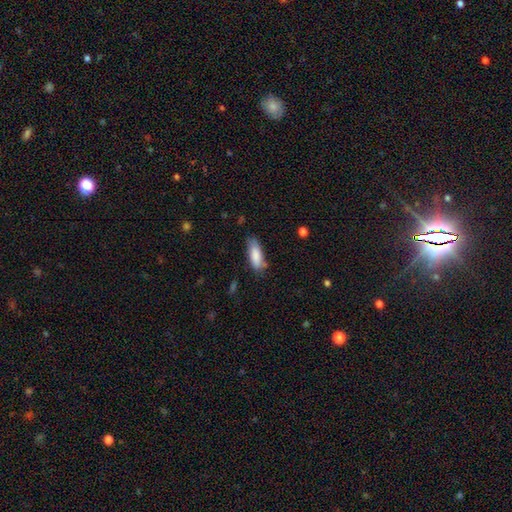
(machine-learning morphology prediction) Smooth or featured?
  - smooth: 85% *
  - featured or disk: 9%
  - star or artifact: 6%
How rounded?
  - in between: 68% *
  - cigar-shaped: 30%
  - round: 2%
Merging?
  - none: 69% *
  - minor disturbance: 23%
  - major disturbance: 5%
  - merger: 3%